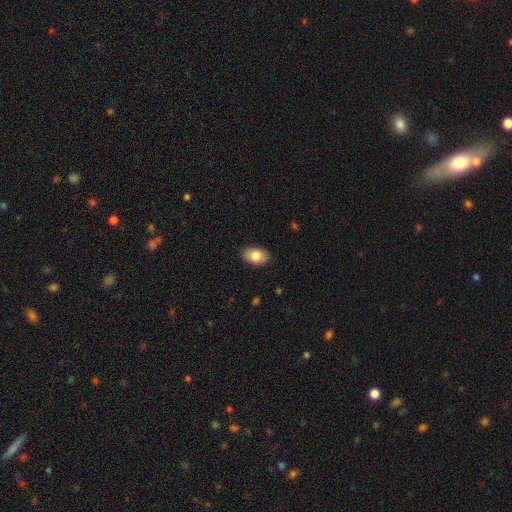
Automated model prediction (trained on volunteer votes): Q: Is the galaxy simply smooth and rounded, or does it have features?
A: smooth — 84%.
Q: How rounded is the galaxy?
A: in between — 89%.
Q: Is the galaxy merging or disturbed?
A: none — 88%.